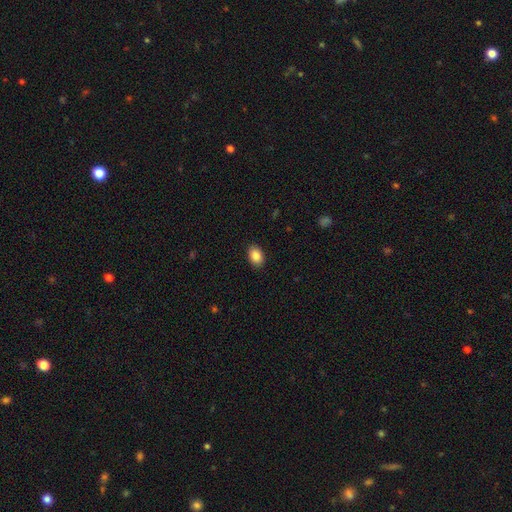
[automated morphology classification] A smooth galaxy with no disk features (89%) that is in between round and cigar-shaped (82%). Merging: none (88%).